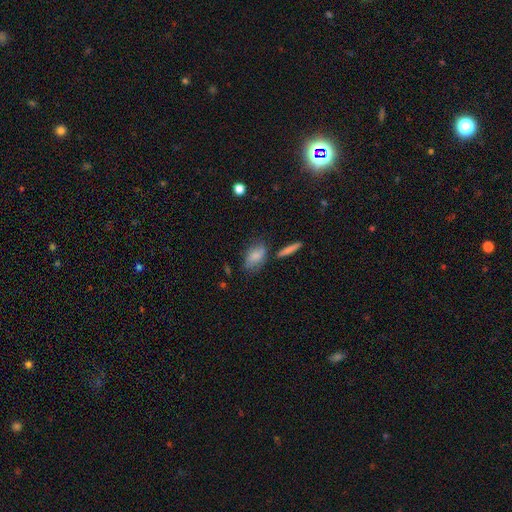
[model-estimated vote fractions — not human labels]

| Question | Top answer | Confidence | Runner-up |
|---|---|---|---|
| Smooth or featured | smooth | 73% | featured or disk (19%) |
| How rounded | in between | 85% | round (10%) |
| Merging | none | 58% | minor disturbance (24%) |